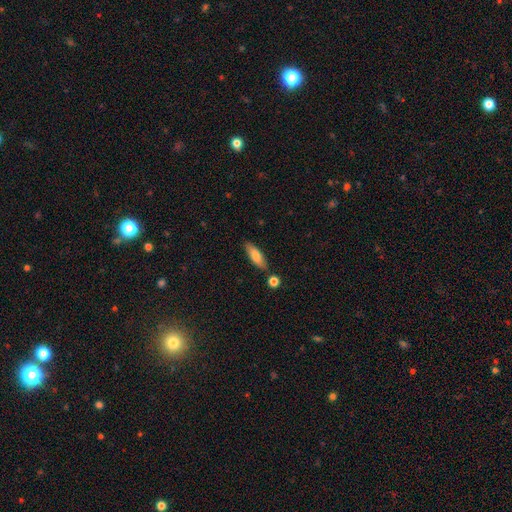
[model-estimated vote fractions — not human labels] A smooth galaxy with no disk features (74%) that is in between round and cigar-shaped (54%).

Vote fractions:
- Smooth or featured? smooth: 74% / featured or disk: 20% / star or artifact: 6%
- How rounded? in between: 54% / cigar-shaped: 44% / round: 2%
- Merging? none: 79% / minor disturbance: 12% / merger: 6% / major disturbance: 2%